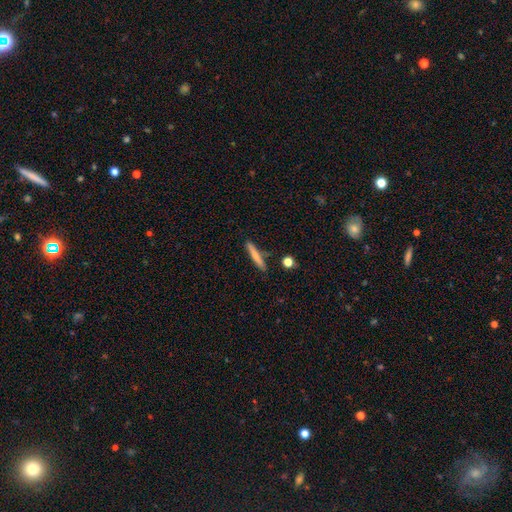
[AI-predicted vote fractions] smooth-or-featured: smooth: 71% | featured or disk: 22% | star or artifact: 7%
  how-rounded: cigar-shaped: 93% | in between: 5% | round: 2%
  merging: none: 81% | minor disturbance: 12% | merger: 4% | major disturbance: 3%